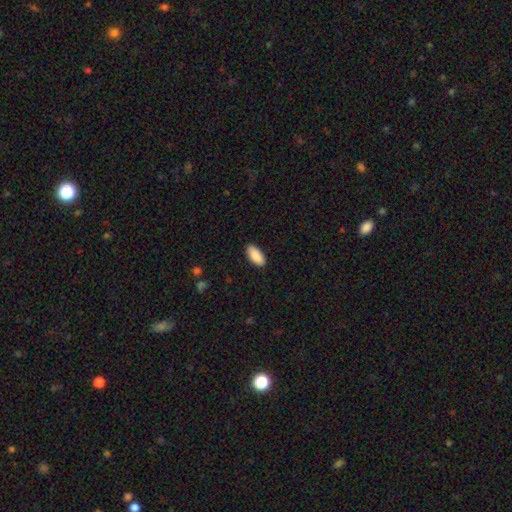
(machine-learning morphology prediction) Smooth or featured?
  - smooth: 90% *
  - star or artifact: 6%
  - featured or disk: 4%
How rounded?
  - in between: 91% *
  - cigar-shaped: 7%
  - round: 2%
Merging?
  - none: 88% *
  - minor disturbance: 9%
  - major disturbance: 2%
  - merger: 1%